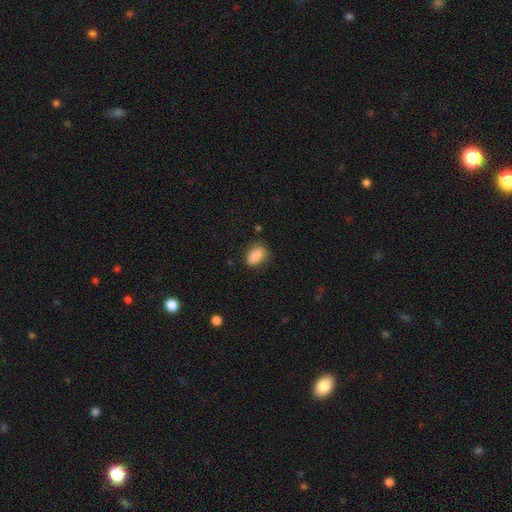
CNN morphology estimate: smooth-or-featured: smooth: 87% | star or artifact: 8% | featured or disk: 4%
  how-rounded: in between: 87% | round: 10% | cigar-shaped: 3%
  merging: none: 72% | minor disturbance: 21% | major disturbance: 5% | merger: 2%